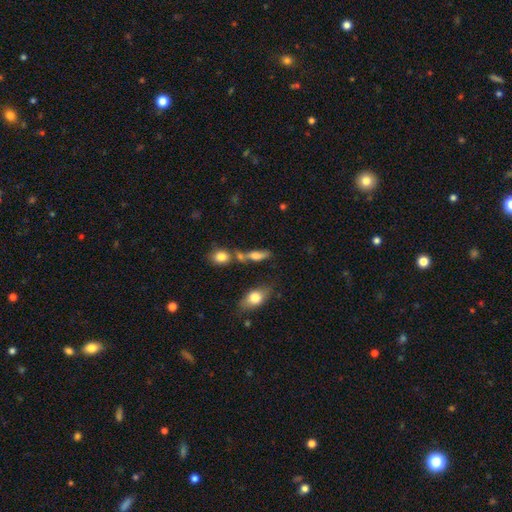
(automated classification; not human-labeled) Q: Smooth or featured?
A: smooth (64%); runner-up: featured or disk (25%)
Q: How rounded?
A: in between (52%); runner-up: cigar-shaped (40%)
Q: Merging?
A: none (50%); runner-up: merger (26%)